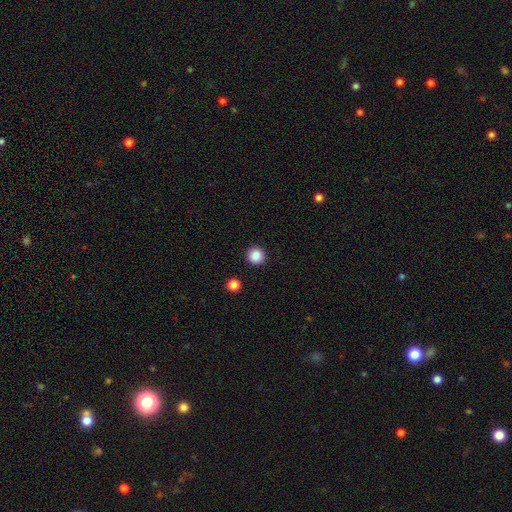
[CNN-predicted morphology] smooth 87%, star or artifact 10%, featured or disk 3%. Down the decision tree: how rounded — round (95%); merging — none (92%).